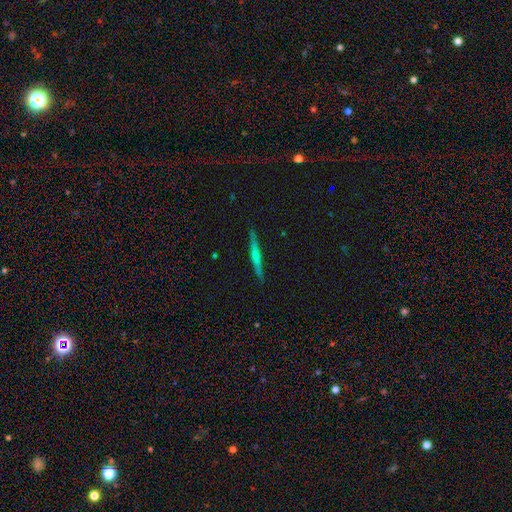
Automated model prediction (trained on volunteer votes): featured or disk 48%, smooth 46%, star or artifact 6%. Down the decision tree: merging — none (90%).